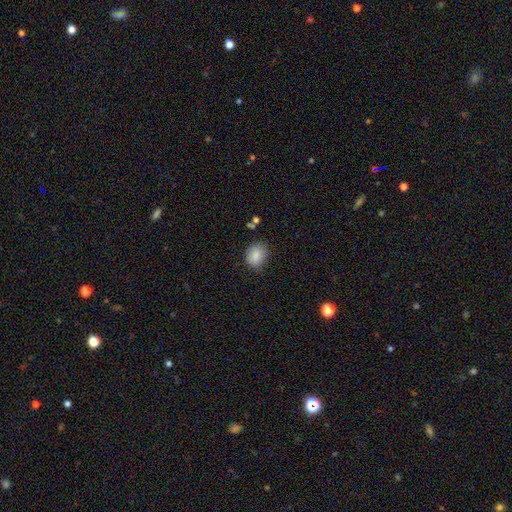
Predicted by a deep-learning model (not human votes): Smooth or featured?
  - smooth: 86% *
  - star or artifact: 8%
  - featured or disk: 6%
How rounded?
  - in between: 52% *
  - round: 47%
  - cigar-shaped: 1%
Merging?
  - none: 78% *
  - minor disturbance: 17%
  - major disturbance: 4%
  - merger: 2%